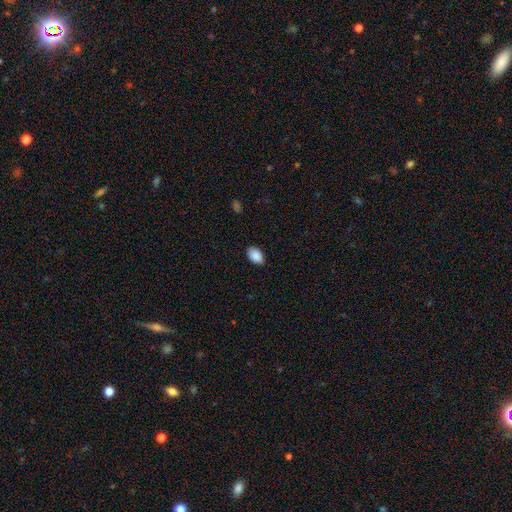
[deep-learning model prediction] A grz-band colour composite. It shows a smooth galaxy with no disk features (90%) that is in between round and cigar-shaped (91%). Merging: none (87%).